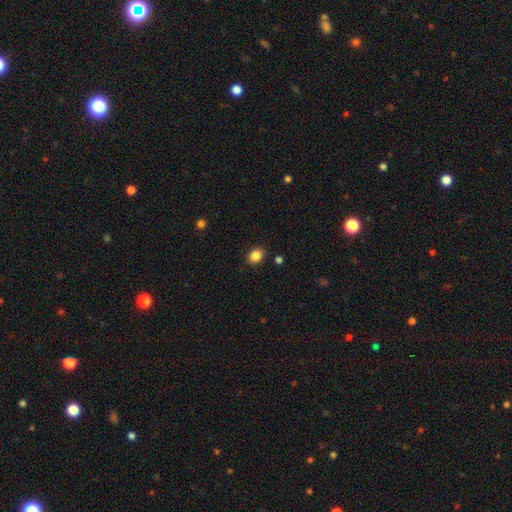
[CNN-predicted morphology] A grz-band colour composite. It shows a smooth galaxy with no disk features (86%) that is in between round and cigar-shaped (53%). Merging: none (87%).